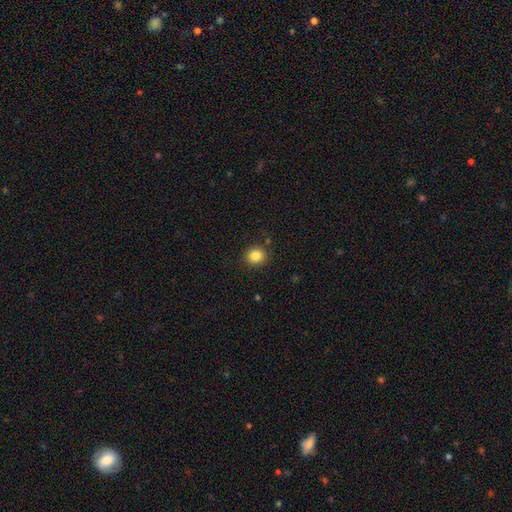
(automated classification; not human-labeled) The model was most divided on "how rounded": round: 80%, in between: 19%, cigar-shaped: 1%. More confident: merging — none (88%); smooth or featured — smooth (84%).